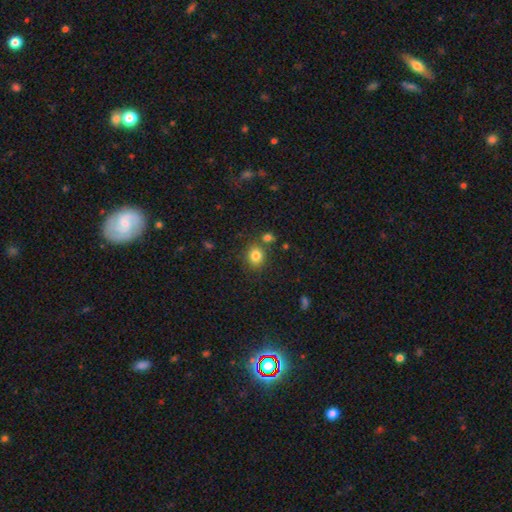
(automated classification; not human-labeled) The model was most divided on "how rounded": round: 68%, in between: 31%, cigar-shaped: 1%. More confident: smooth or featured — smooth (82%); merging — none (75%).